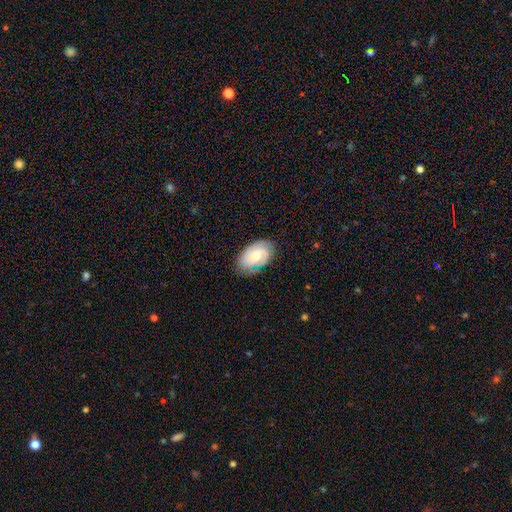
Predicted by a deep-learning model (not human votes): Smooth or featured: featured or disk — 59% (smooth — 35%)
Edge-on disk: no — 95% (yes — 5%)
Bar: no — 62% (weak — 33%)
Spiral arms: yes — 86% (no — 14%)
Bulge size: moderate — 59% (small — 31%)
Merging: none — 75% (minor disturbance — 19%)